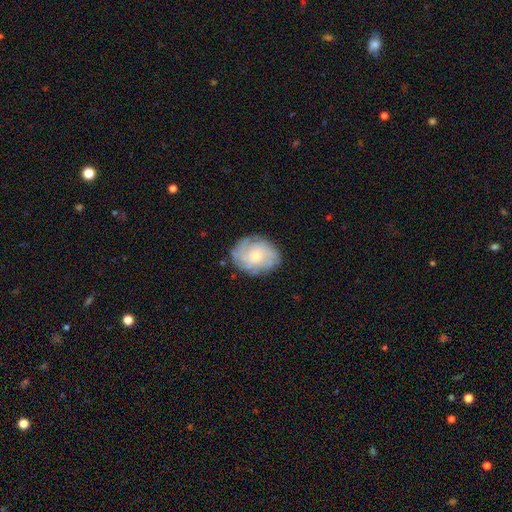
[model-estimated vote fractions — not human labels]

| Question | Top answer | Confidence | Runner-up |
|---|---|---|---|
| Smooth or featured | featured or disk | 61% | smooth (32%) |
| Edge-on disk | no | 97% | yes (3%) |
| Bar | no | 81% | weak (17%) |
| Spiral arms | yes | 85% | no (15%) |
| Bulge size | small | 62% | moderate (34%) |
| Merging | none | 78% | minor disturbance (16%) |